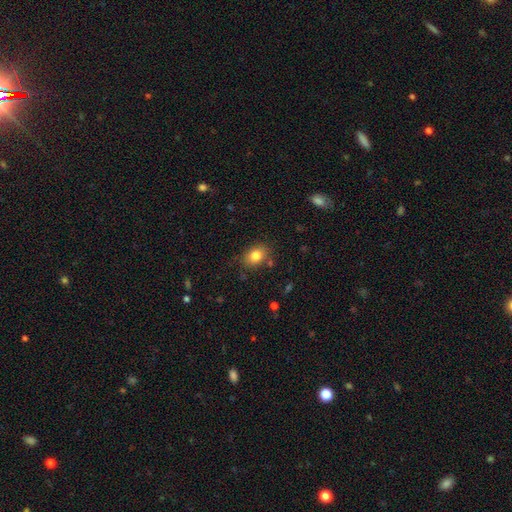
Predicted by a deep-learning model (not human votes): Smooth or featured: smooth — 83% (star or artifact — 10%)
How rounded: in between — 69% (round — 30%)
Merging: none — 81% (minor disturbance — 13%)